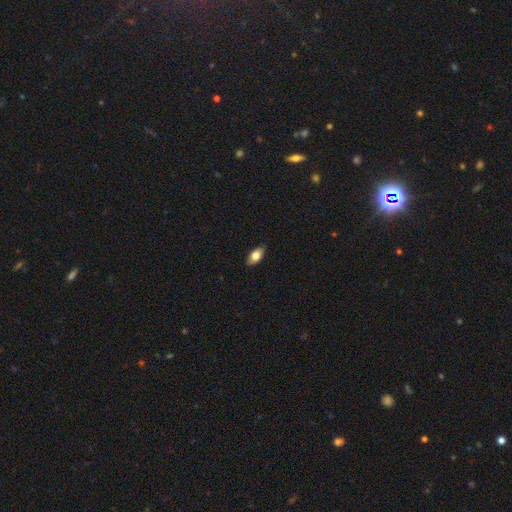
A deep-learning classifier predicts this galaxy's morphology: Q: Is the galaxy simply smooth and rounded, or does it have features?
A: smooth — 78%.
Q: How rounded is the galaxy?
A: in between — 90%.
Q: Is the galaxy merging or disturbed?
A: none — 84%.